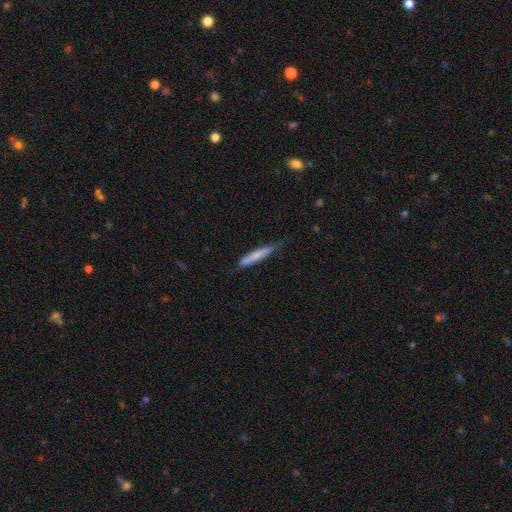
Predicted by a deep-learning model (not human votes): Smooth or featured? smooth (71%)
How rounded? cigar-shaped (92%)
Merging? none (63%)